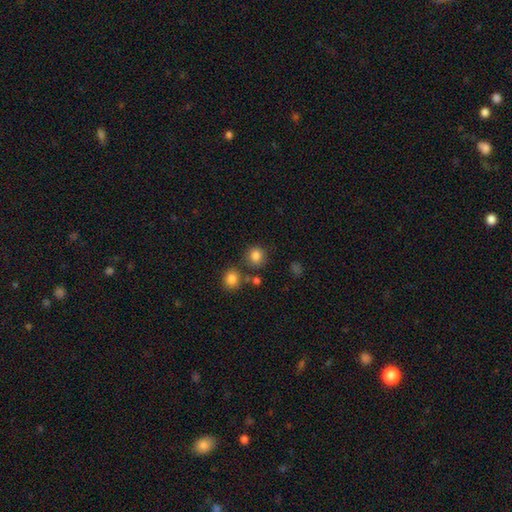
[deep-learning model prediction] smooth 84%, star or artifact 11%, featured or disk 5%. Down the decision tree: how rounded — round (84%); merging — none (76%).